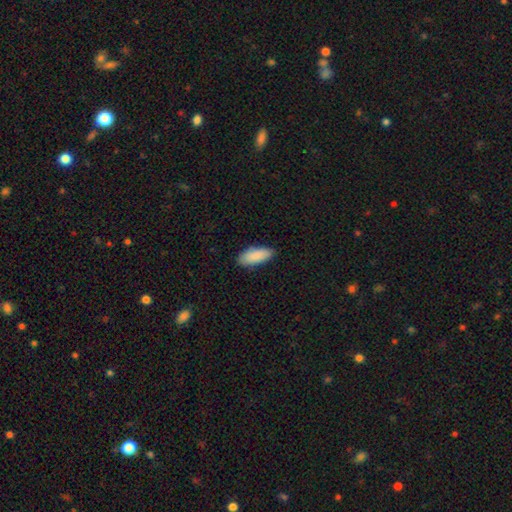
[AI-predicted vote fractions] Smooth or featured? smooth (90%)
How rounded? in between (81%)
Merging? none (82%)